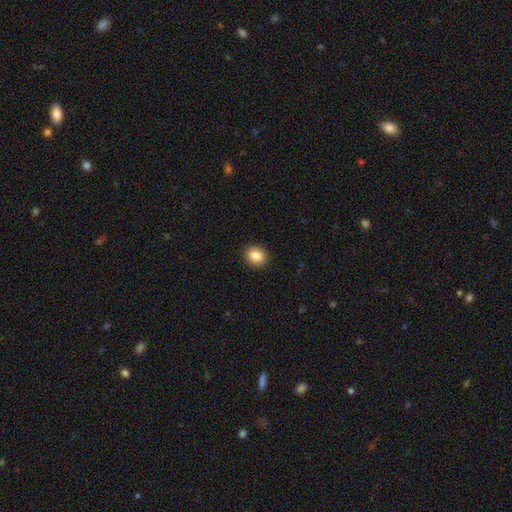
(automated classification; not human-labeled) This is clearly a smooth galaxy (86%). How rounded: likely round (66%). Merging: clearly none (91%).